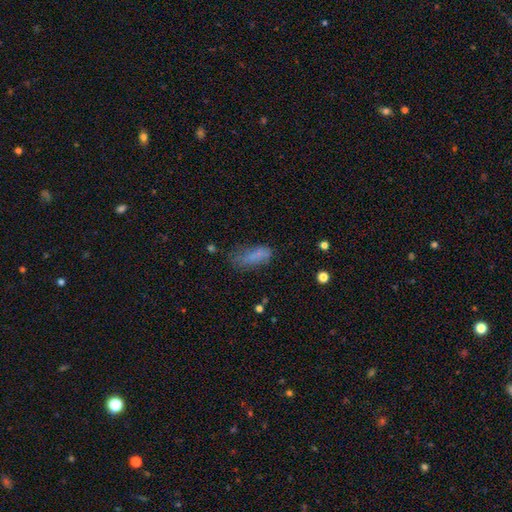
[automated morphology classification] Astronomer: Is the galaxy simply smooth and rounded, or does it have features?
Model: smooth — 69%.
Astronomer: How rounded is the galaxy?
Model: in between — 76%.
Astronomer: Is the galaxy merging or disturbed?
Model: none — 42% (runner-up: minor disturbance, 32%).